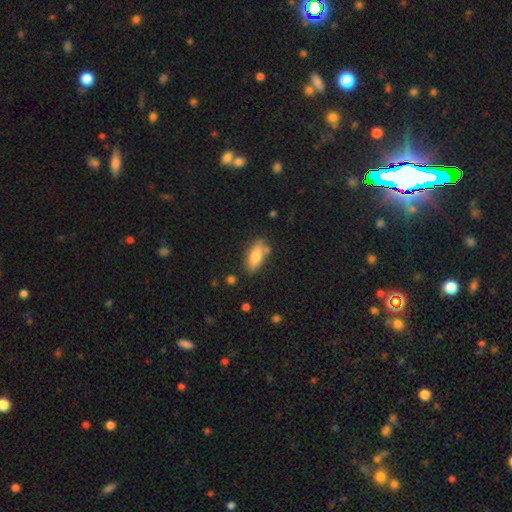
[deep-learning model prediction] smooth 77%, featured or disk 16%, star or artifact 7%. Down the decision tree: how rounded — in between (79%); merging — none (71%).